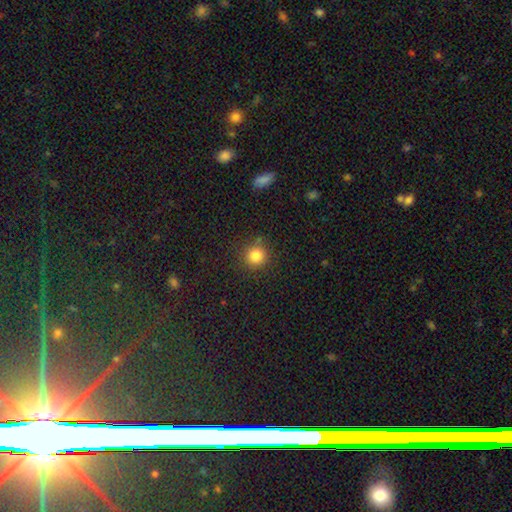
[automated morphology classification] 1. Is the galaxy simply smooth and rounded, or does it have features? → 83% smooth, 12% star or artifact, 5% featured or disk.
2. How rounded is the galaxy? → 92% round, 7% in between, 1% cigar-shaped.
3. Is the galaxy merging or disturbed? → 85% none, 9% minor disturbance, 3% major disturbance, 3% merger.